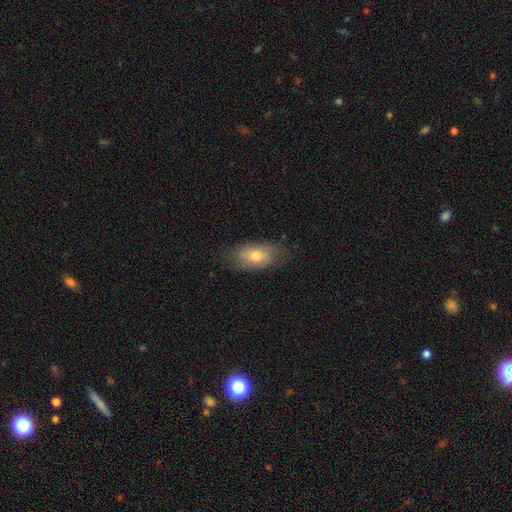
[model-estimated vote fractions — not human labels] Smooth or featured?
  - smooth: 61% *
  - featured or disk: 30%
  - star or artifact: 9%
How rounded?
  - in between: 88% *
  - round: 6%
  - cigar-shaped: 6%
Merging?
  - none: 76% *
  - minor disturbance: 19%
  - major disturbance: 5%
  - merger: 1%